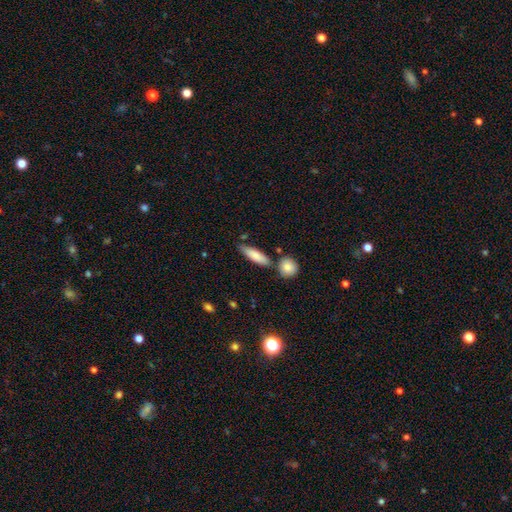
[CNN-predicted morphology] smooth 80%, featured or disk 14%, star or artifact 6%. Down the decision tree: how rounded — cigar-shaped (55%); merging — none (71%).